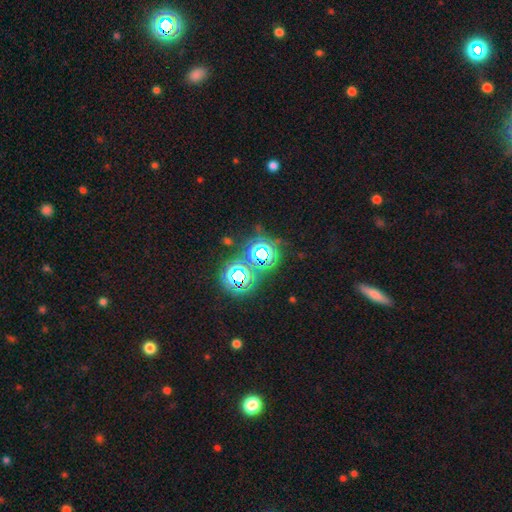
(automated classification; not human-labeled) A star or artifact, not a galaxy (69%).

Vote fractions:
- Smooth or featured? star or artifact: 69% / smooth: 22% / featured or disk: 9%